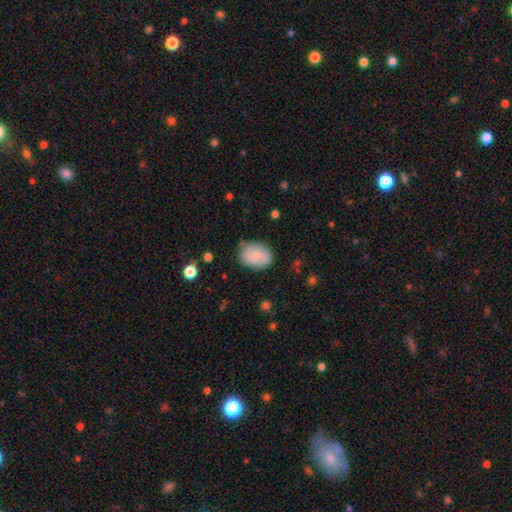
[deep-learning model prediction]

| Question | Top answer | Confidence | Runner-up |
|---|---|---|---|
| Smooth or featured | smooth | 77% | featured or disk (16%) |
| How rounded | in between | 68% | round (31%) |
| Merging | none | 71% | minor disturbance (22%) |